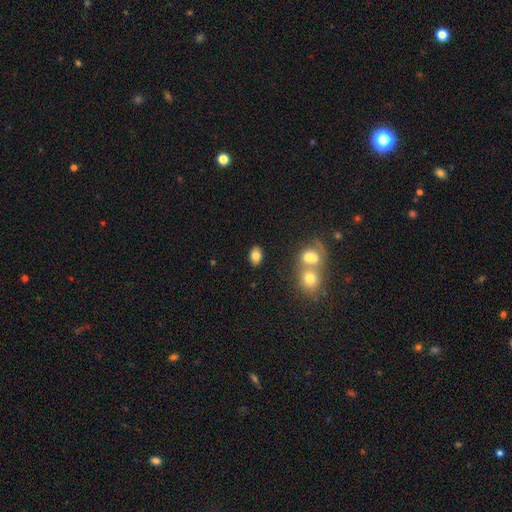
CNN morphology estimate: A smooth galaxy with no disk features (81%) that is in between round and cigar-shaped (81%).

Vote fractions:
- Smooth or featured? smooth: 81% / star or artifact: 10% / featured or disk: 9%
- How rounded? in between: 81% / round: 17% / cigar-shaped: 1%
- Merging? none: 83% / minor disturbance: 9% / merger: 5% / major disturbance: 3%